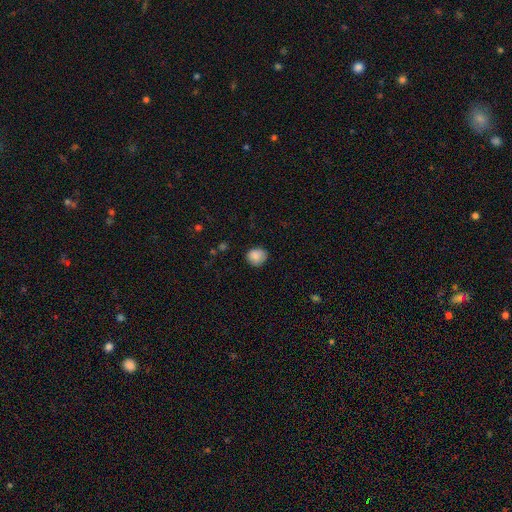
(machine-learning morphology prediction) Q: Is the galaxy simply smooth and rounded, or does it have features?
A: smooth — 87%.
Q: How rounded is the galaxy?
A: round — 76%.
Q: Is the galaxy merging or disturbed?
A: none — 76%.